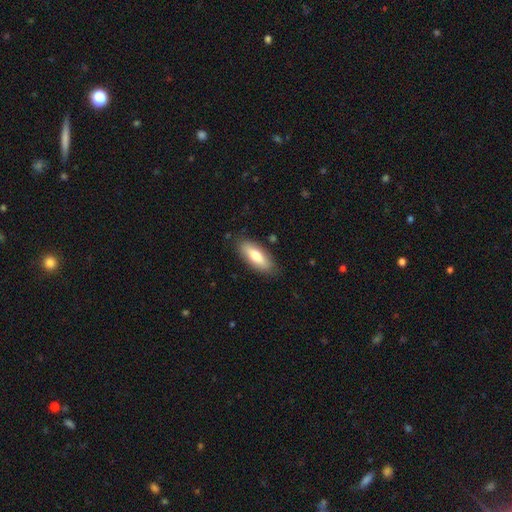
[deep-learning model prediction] Smooth or featured? Predicted: smooth (p=0.70). How rounded? Predicted: in between (p=0.69). Merging? Predicted: none (p=0.85).